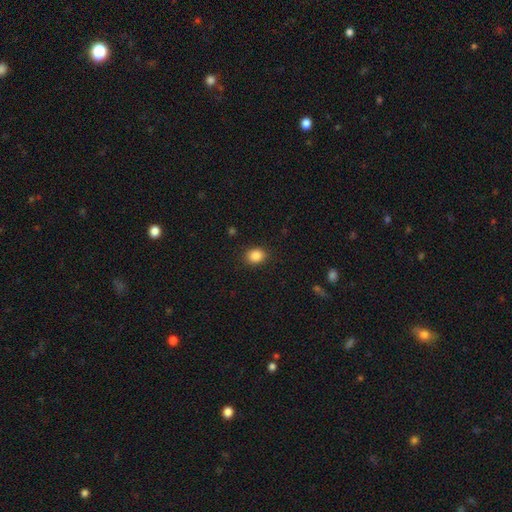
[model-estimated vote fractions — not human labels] The model was most divided on "how rounded": round: 54%, in between: 45%, cigar-shaped: 1%. More confident: merging — none (88%); smooth or featured — smooth (87%).